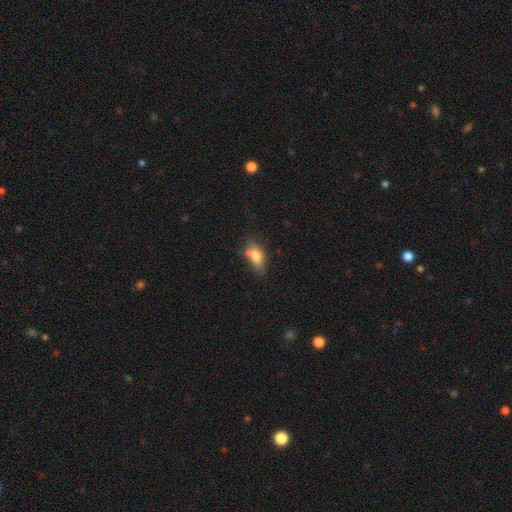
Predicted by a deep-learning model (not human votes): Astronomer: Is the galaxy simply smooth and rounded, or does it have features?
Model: smooth — 75%.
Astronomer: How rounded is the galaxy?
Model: in between — 82%.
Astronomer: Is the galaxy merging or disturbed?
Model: none — 48% (runner-up: minor disturbance, 25%).